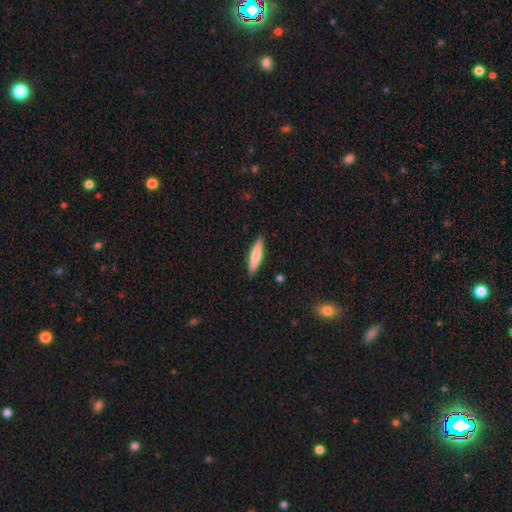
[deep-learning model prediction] This is likely a smooth galaxy (77%). How rounded: likely cigar-shaped (77%). Merging: clearly none (89%).